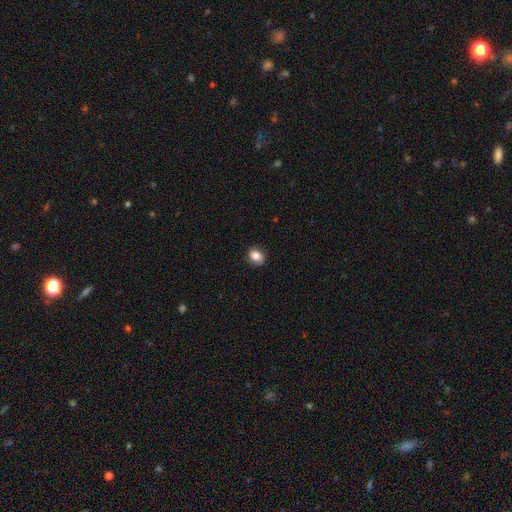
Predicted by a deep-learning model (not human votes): Q: Smooth or featured?
A: smooth (83%); runner-up: star or artifact (9%)
Q: How rounded?
A: round (50%); runner-up: in between (48%)
Q: Merging?
A: none (87%); runner-up: minor disturbance (10%)